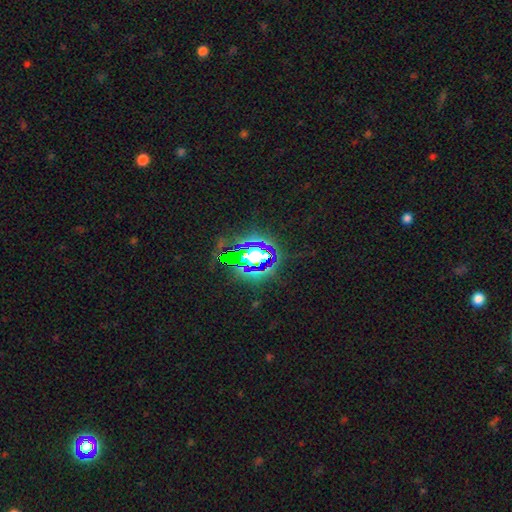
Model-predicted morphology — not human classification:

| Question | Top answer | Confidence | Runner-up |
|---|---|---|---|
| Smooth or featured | star or artifact | 61% | featured or disk (21%) |